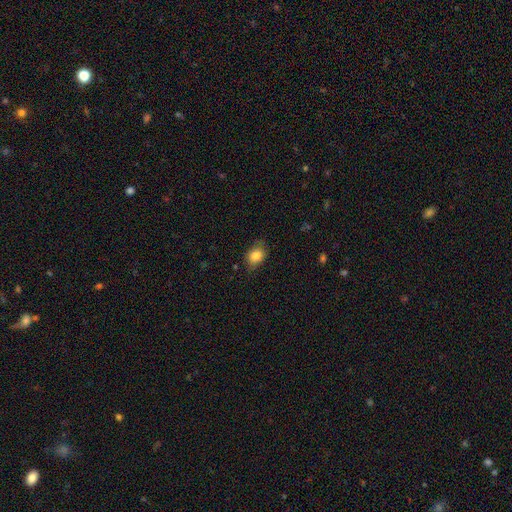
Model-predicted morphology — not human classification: Overall: smooth (83%). How rounded: in between (70%). Merging: none (73%).